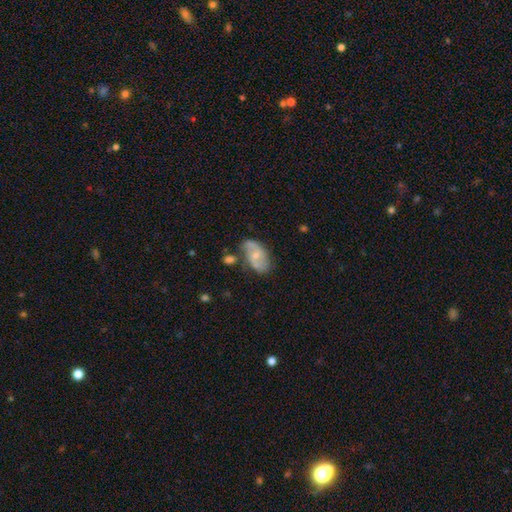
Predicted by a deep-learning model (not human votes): Smooth or featured? featured or disk (57%)
Edge-on disk? no (95%)
Bar? no (55%)
Spiral arms? yes (75%)
Bulge size? small (57%)
Merging? none (60%)